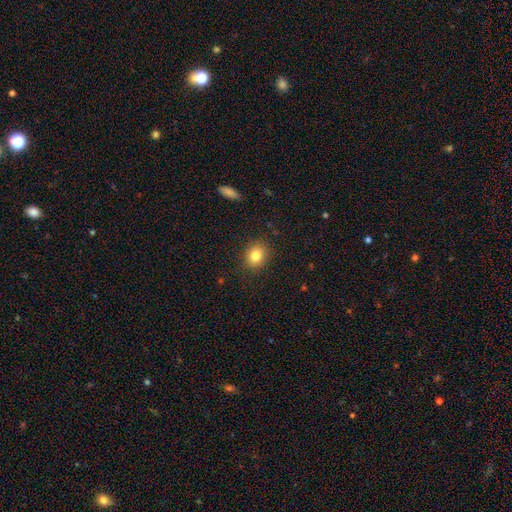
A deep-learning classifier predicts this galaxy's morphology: A smooth galaxy with no disk features (82%) that is round (63%). Merging: none (88%).